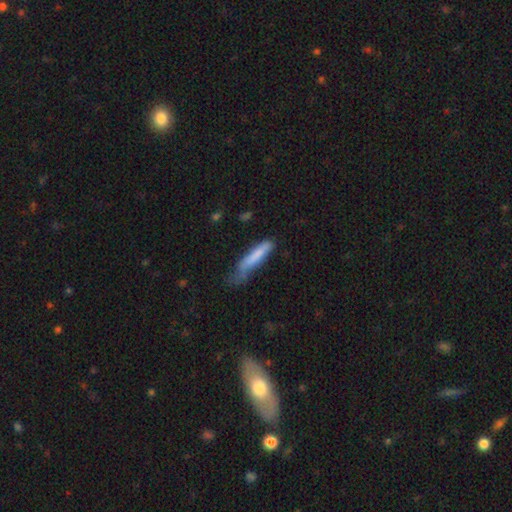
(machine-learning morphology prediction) type=smooth (76%); roundness=cigar-shaped (87%); merging=none (38%).